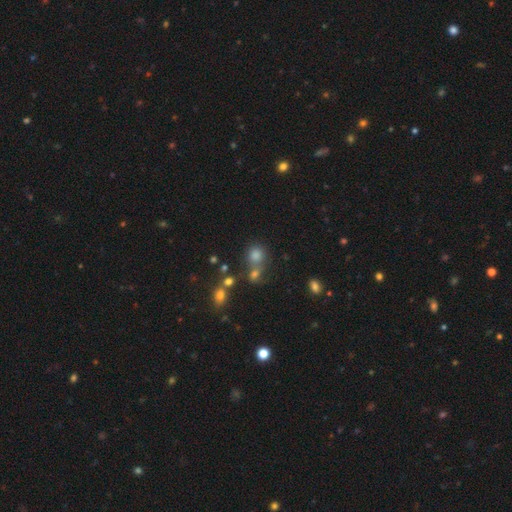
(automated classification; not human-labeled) Smooth or featured? smooth (68%)
How rounded? round (83%)
Merging? none (54%)